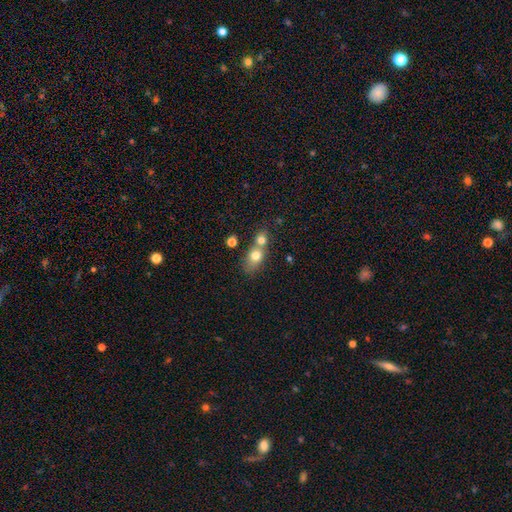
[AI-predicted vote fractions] smooth-or-featured: smooth: 74% | featured or disk: 15% | star or artifact: 10%
  how-rounded: in between: 54% | round: 43% | cigar-shaped: 3%
  merging: merger: 61% | none: 27% | minor disturbance: 8% | major disturbance: 4%